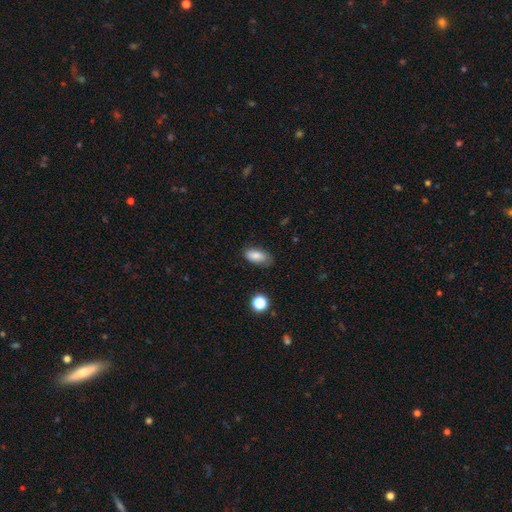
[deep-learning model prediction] Morphology: type=smooth (83%); roundness=in between (89%); merging=none (72%).